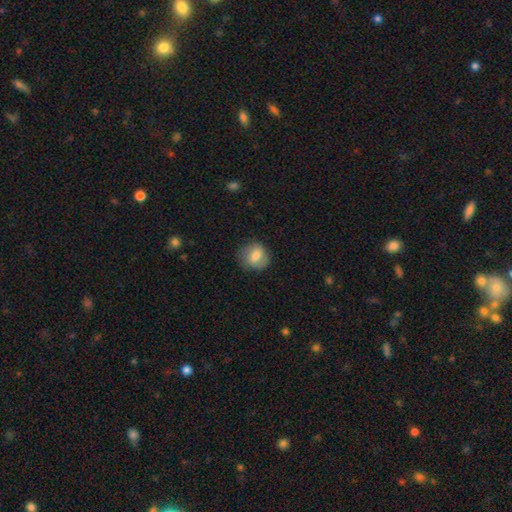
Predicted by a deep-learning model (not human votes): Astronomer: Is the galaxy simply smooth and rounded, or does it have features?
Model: smooth — 69%.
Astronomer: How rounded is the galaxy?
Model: round — 74%.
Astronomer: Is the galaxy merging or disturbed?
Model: none — 76%.